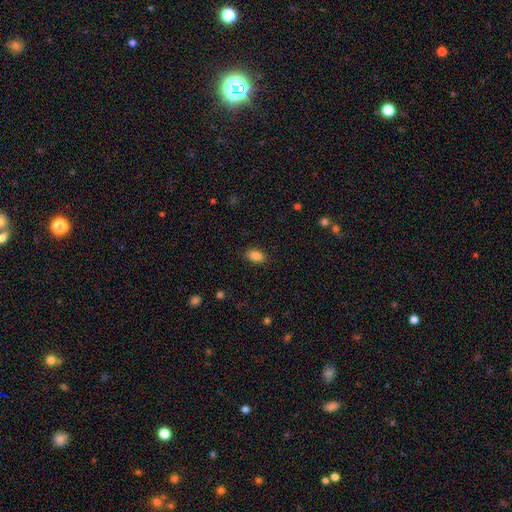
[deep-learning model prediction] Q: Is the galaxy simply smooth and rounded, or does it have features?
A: smooth — 87%.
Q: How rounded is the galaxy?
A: in between — 88%.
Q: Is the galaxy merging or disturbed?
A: none — 87%.